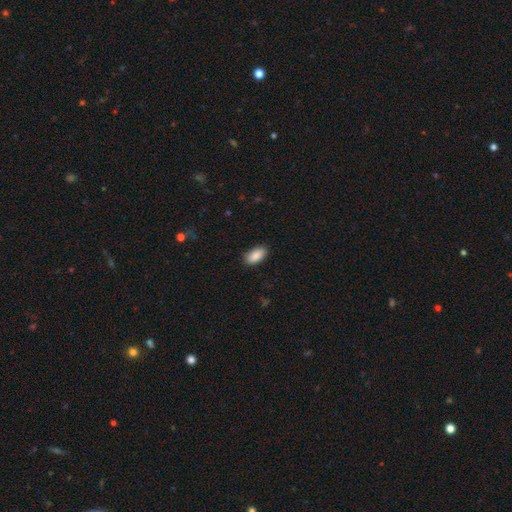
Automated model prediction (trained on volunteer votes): Smooth or featured: smooth — 89% (star or artifact — 7%)
How rounded: in between — 92% (cigar-shaped — 5%)
Merging: none — 87% (minor disturbance — 10%)